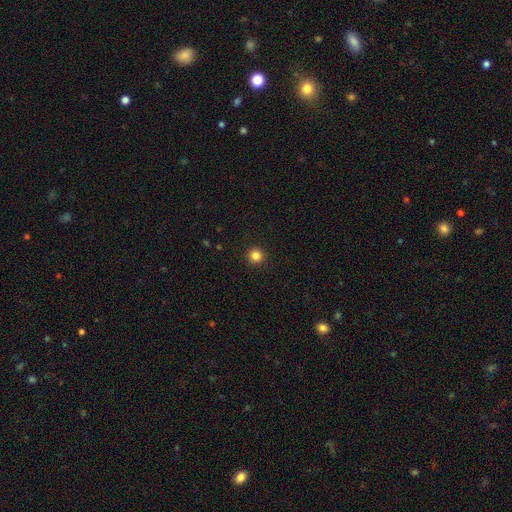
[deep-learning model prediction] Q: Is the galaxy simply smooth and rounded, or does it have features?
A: smooth — 84%.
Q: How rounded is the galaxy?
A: round — 96%.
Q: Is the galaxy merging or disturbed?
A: none — 93%.